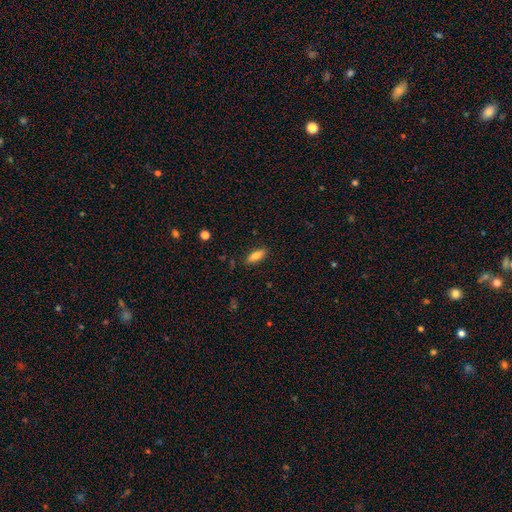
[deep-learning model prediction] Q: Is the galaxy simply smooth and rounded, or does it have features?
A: smooth — 83%.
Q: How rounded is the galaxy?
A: in between — 70%.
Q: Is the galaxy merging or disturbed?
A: none — 87%.